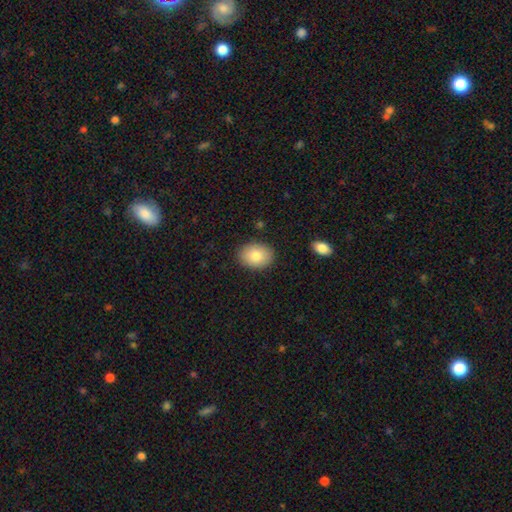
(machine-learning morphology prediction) smooth-or-featured: smooth: 81% | featured or disk: 11% | star or artifact: 8%
  how-rounded: in between: 67% | round: 32% | cigar-shaped: 1%
  merging: none: 88% | minor disturbance: 9% | major disturbance: 2% | merger: 1%